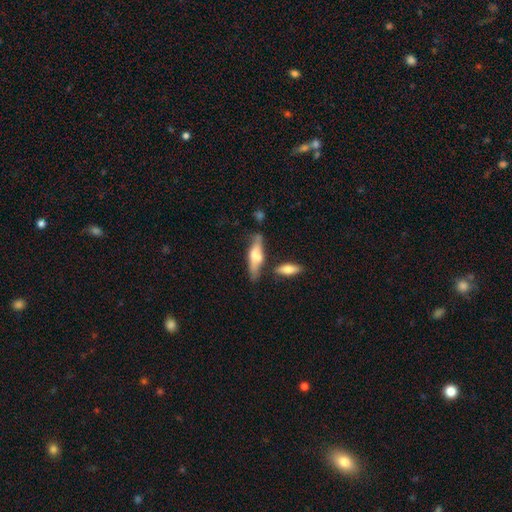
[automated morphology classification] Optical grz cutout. It shows a featured or disk galaxy (47%). Merging: none (59%).